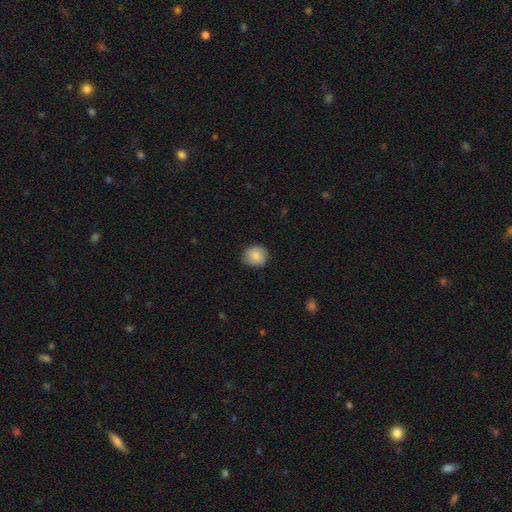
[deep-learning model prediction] This appears to be a smooth galaxy with no disk features (85%) that is round (81%). Merging: none (82%).